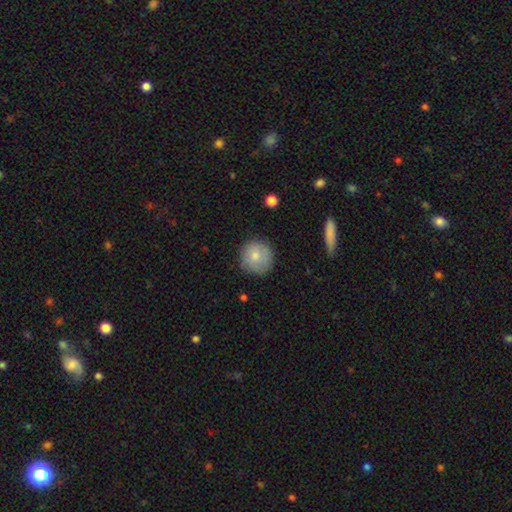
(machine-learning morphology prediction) Smooth or featured: smooth — 77% (featured or disk — 15%)
How rounded: round — 94% (in between — 5%)
Merging: none — 81% (minor disturbance — 14%)